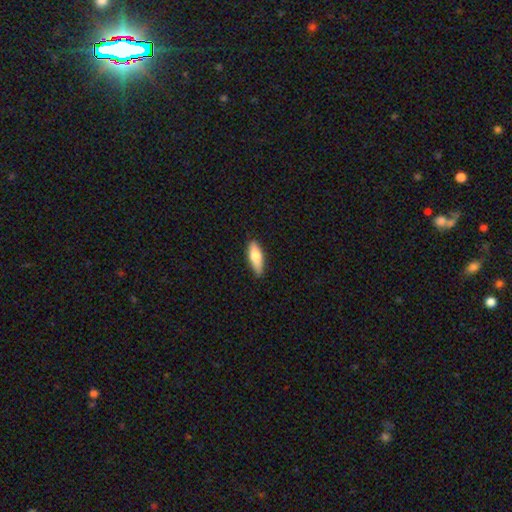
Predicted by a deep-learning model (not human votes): Overall: smooth (73%). How rounded: in between (57%; cigar-shaped 40%). Merging: none (85%).